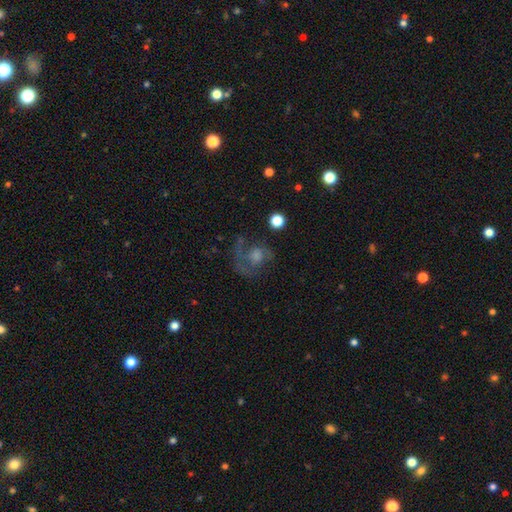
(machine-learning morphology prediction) A featured or disk galaxy (57%) with no bar (80%), spiral arms (69%) and a moderate central bulge (33%).

Vote fractions:
- Smooth or featured? featured or disk: 57% / smooth: 26% / star or artifact: 16%
- Edge-on disk? no: 97% / yes: 3%
- Bar? no: 80% / weak: 17% / strong: 3%
- Spiral arms? yes: 69% / no: 31%
- Bulge size? moderate: 33% / none: 25% / large: 20% / small: 19% / dominant: 4%
- Merging? none: 46% / major disturbance: 33% / minor disturbance: 17% / merger: 3%